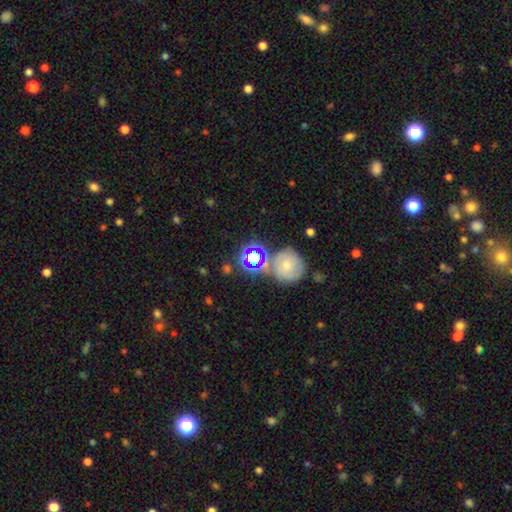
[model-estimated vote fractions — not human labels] The model was most divided on "smooth or featured": smooth: 43%, star or artifact: 42%, featured or disk: 15%. More confident: merging — none (59%).